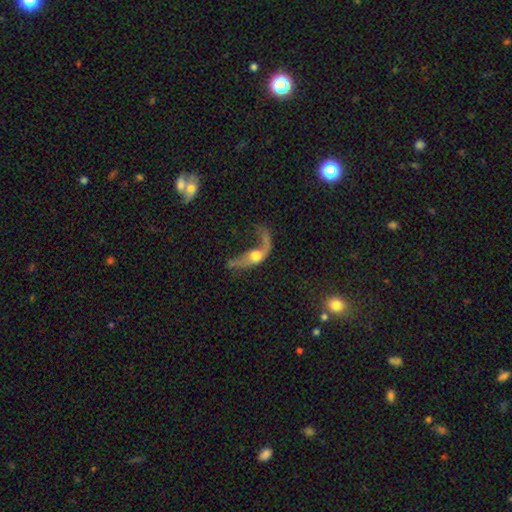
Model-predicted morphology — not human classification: Smooth or featured: featured or disk — 59% (smooth — 32%)
Edge-on disk: no — 76% (yes — 24%)
Merging: major disturbance — 56% (none — 19%)